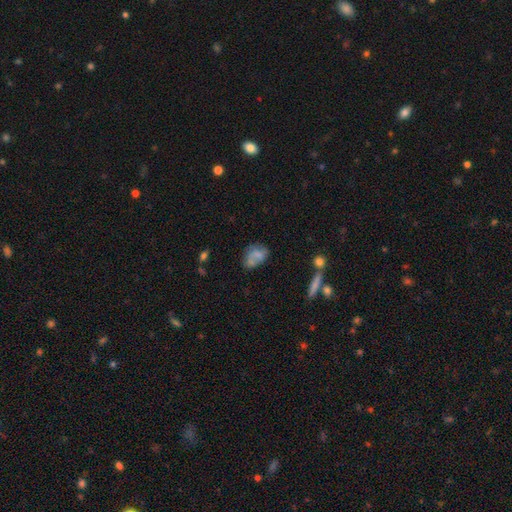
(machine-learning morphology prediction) This is likely a smooth galaxy (61%). How rounded: likely in between (77%). Merging: marginally none (45%).